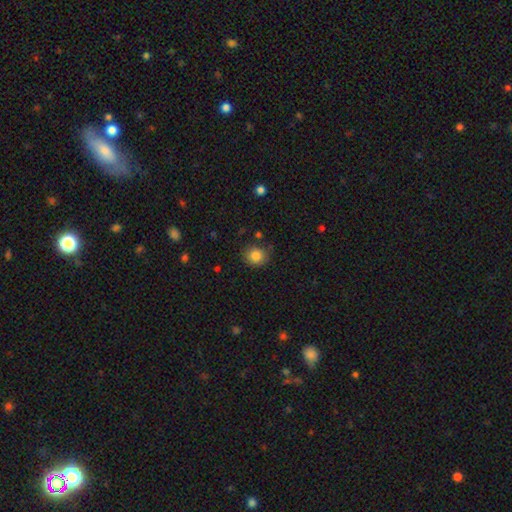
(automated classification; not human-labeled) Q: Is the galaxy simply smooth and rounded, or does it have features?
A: smooth — 84%.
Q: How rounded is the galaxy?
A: round — 80%.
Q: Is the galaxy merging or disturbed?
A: none — 80%.